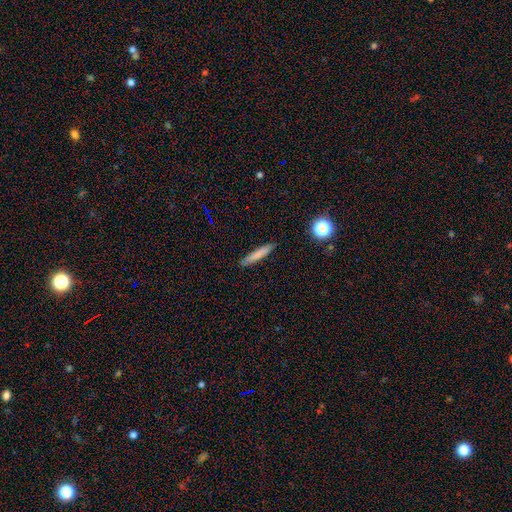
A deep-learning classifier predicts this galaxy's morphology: Smooth or featured? smooth (75%)
How rounded? cigar-shaped (93%)
Merging? none (90%)